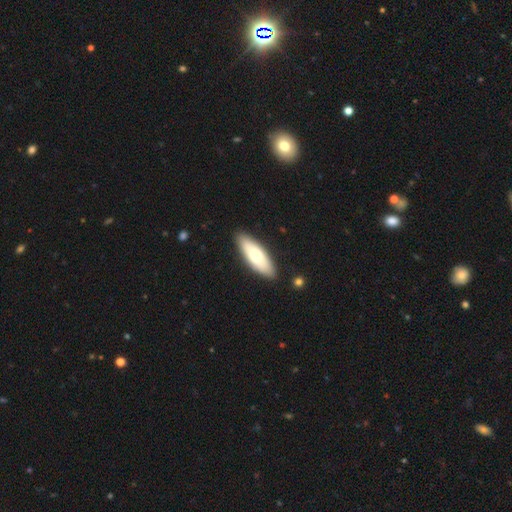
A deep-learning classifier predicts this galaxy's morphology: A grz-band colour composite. It shows a smooth galaxy with no disk features (67%) that is in between round and cigar-shaped (62%). Merging: none (88%).